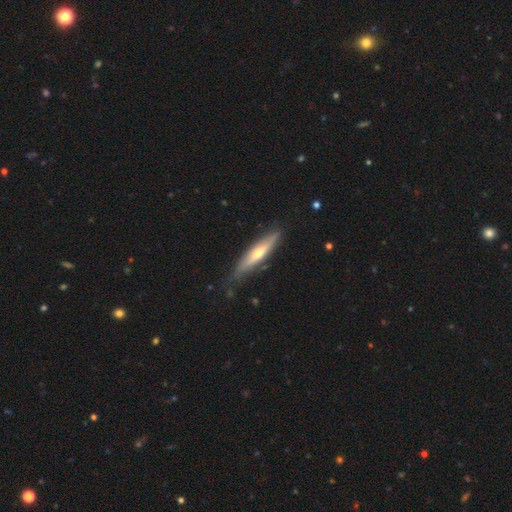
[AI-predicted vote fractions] Smooth or featured?
  - featured or disk: 60% *
  - smooth: 34%
  - star or artifact: 6%
Edge-on disk?
  - yes: 88% *
  - no: 12%
Edge-on bulge?
  - rounded: 84% *
  - none: 12%
  - boxy: 4%
Merging?
  - none: 75% *
  - minor disturbance: 19%
  - major disturbance: 4%
  - merger: 2%